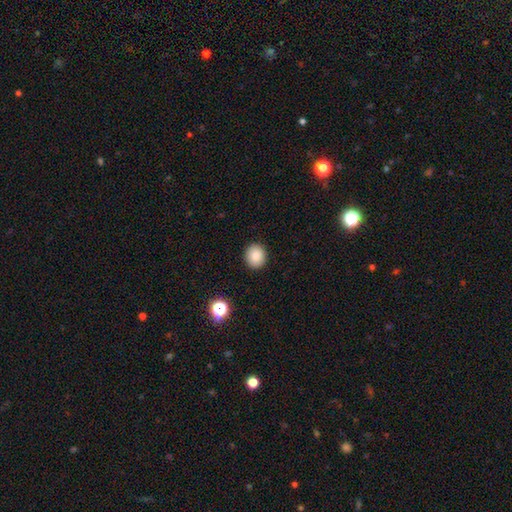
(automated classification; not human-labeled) Overall: smooth (86%). How rounded: round (80%). Merging: none (91%).